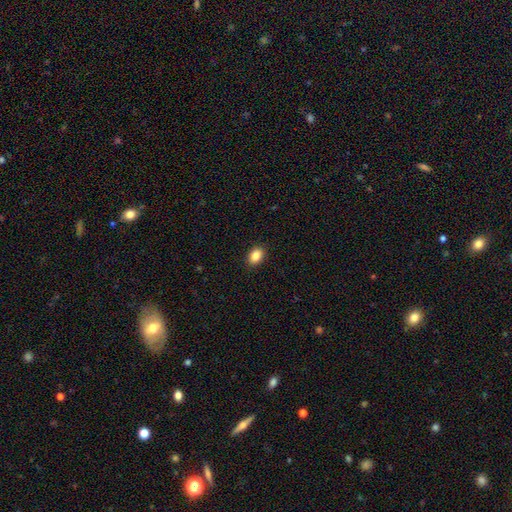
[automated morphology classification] Smooth or featured: smooth — 86% (star or artifact — 9%)
How rounded: in between — 78% (round — 21%)
Merging: none — 90% (minor disturbance — 7%)